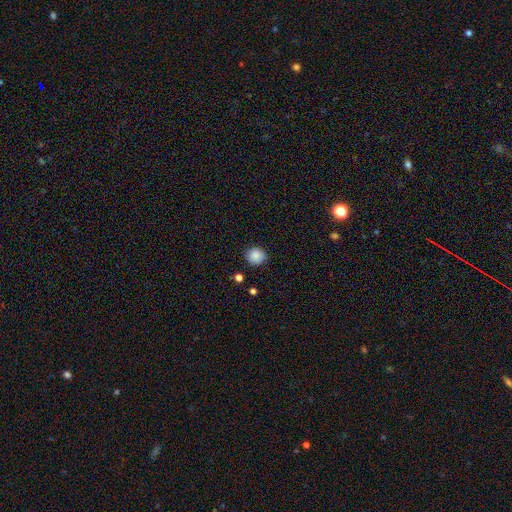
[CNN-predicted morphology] Overall: smooth (87%). How rounded: round (88%). Merging: none (83%).